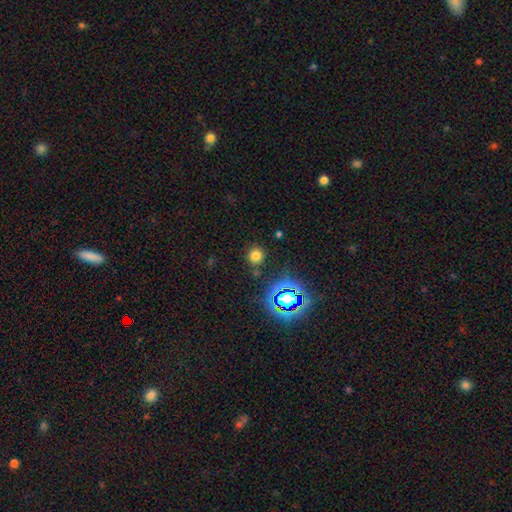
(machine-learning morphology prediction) type=smooth (69%); roundness=round (89%); merging=none (83%).